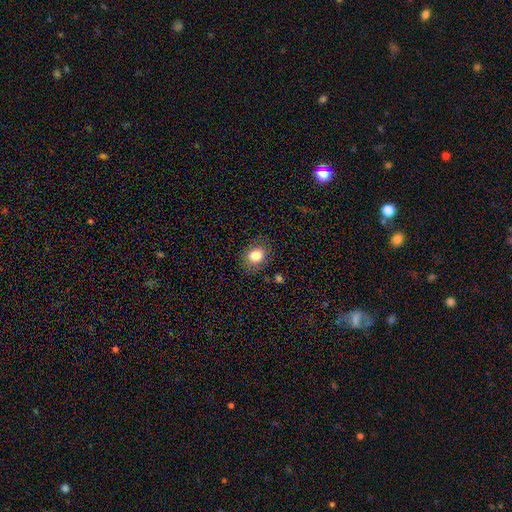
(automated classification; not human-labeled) Overall: smooth (83%). How rounded: in between (50%; round 49%). Merging: none (81%).